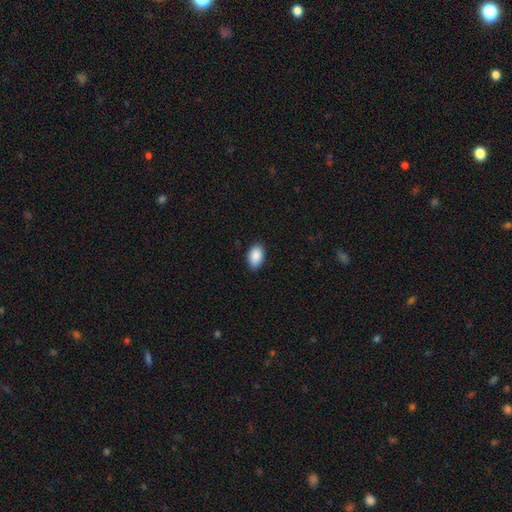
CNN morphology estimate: smooth_or_featured: smooth (p=0.90) [alt: star or artifact p=0.07]
how_rounded: in between (p=0.92) [alt: round p=0.07]
merging: none (p=0.87) [alt: minor disturbance p=0.11]